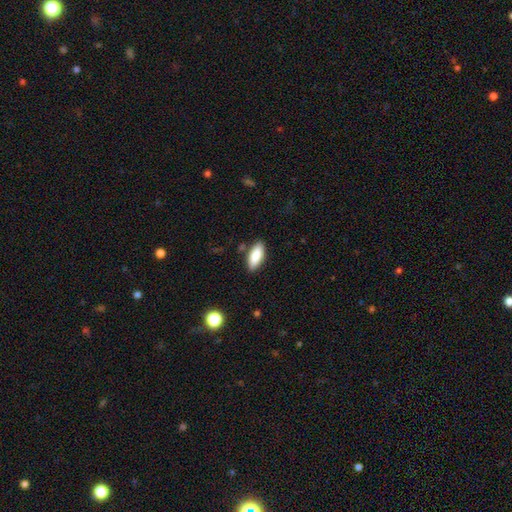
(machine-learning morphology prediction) This is clearly a smooth galaxy (84%). How rounded: likely in between (77%). Merging: clearly none (84%).